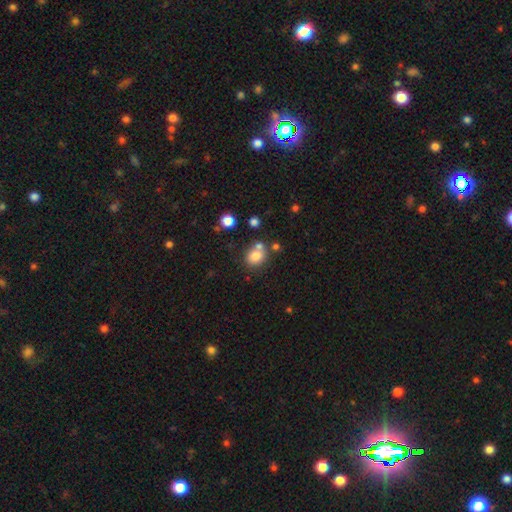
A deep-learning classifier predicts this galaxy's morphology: The model was most divided on "merging": none: 60%, merger: 25%, minor disturbance: 11%, major disturbance: 4%. More confident: smooth or featured — smooth (78%); how rounded — round (69%).